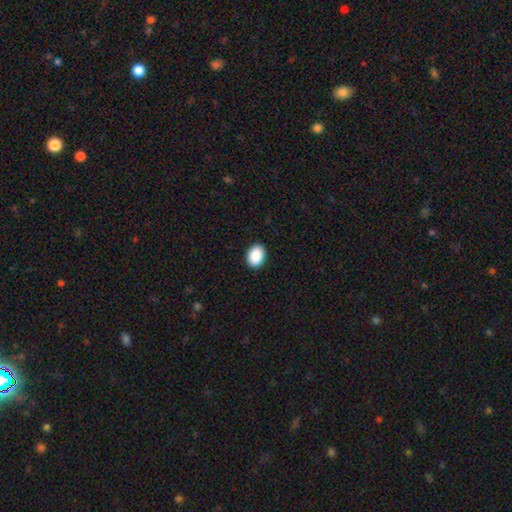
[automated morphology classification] Smooth or featured?
  - smooth: 90% *
  - star or artifact: 7%
  - featured or disk: 3%
How rounded?
  - in between: 74% *
  - round: 25%
  - cigar-shaped: 1%
Merging?
  - none: 91% *
  - minor disturbance: 6%
  - major disturbance: 2%
  - merger: 1%